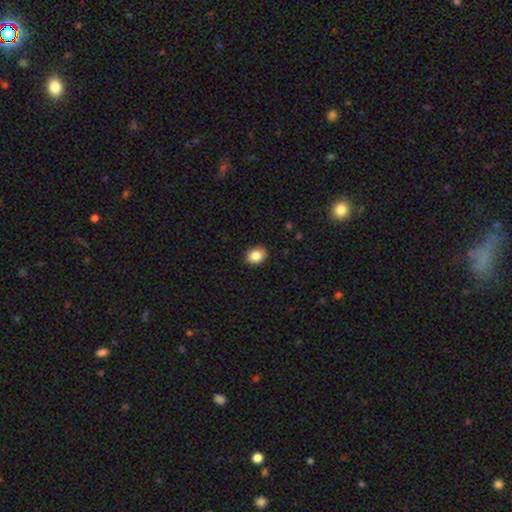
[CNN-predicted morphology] smooth_or_featured: smooth (p=0.84) [alt: star or artifact p=0.09]
how_rounded: round (p=0.56) [alt: in between p=0.43]
merging: none (p=0.89) [alt: minor disturbance p=0.09]